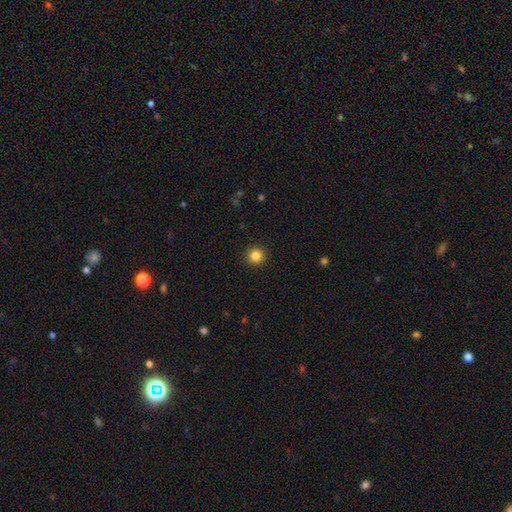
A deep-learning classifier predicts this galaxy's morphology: Smooth or featured? Predicted: smooth (p=0.84). How rounded? Predicted: round (p=0.95). Merging? Predicted: none (p=0.92).